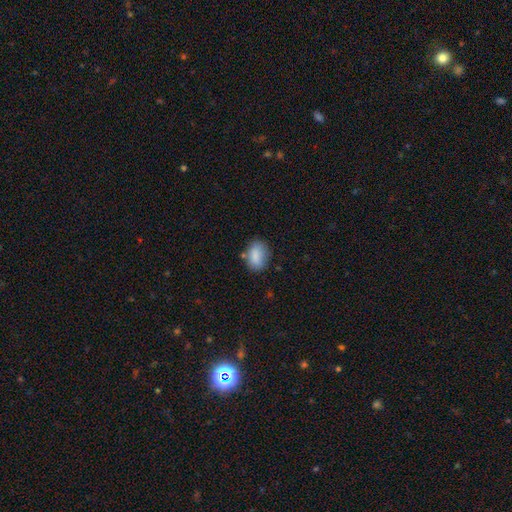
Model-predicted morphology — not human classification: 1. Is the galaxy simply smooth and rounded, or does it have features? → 85% smooth, 8% featured or disk, 8% star or artifact.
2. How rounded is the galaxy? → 79% in between, 19% round, 2% cigar-shaped.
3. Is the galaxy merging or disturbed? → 72% none, 19% minor disturbance, 5% major disturbance, 4% merger.